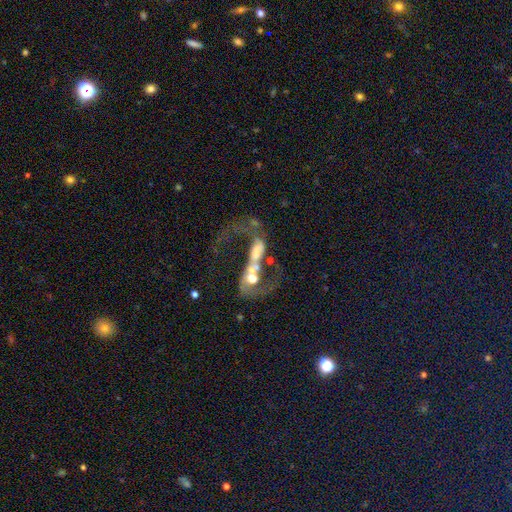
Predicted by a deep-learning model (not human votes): This is likely a featured or disk galaxy (70%). It is clearly not viewed edge-on (94%). Bar: possibly no (56%). Spiral arm pattern: likely yes (67%). Central bulge: marginally moderate (42%). Merging: likely merger (62%).